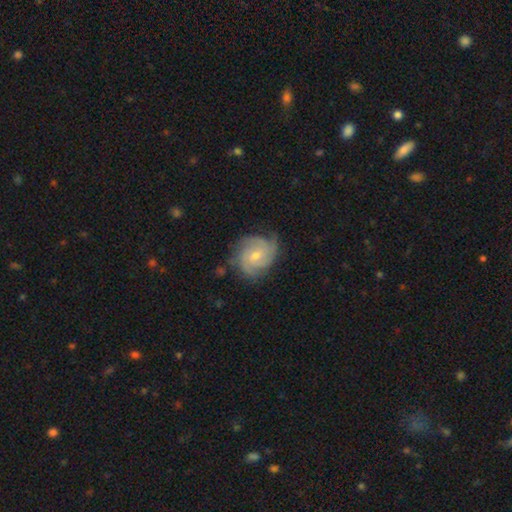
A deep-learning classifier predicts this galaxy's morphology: Q: Smooth or featured?
A: featured or disk (77%); runner-up: smooth (17%)
Q: Edge-on disk?
A: no (98%); runner-up: yes (2%)
Q: Bar?
A: no (50%); runner-up: weak (44%)
Q: Spiral arms?
A: yes (94%); runner-up: no (6%)
Q: Spiral winding?
A: tight (59%); runner-up: medium (32%)
Q: Spiral arm count?
A: 3 (31%); runner-up: can't tell (27%)
Q: Bulge size?
A: moderate (51%); runner-up: small (45%)
Q: Merging?
A: none (65%); runner-up: minor disturbance (25%)